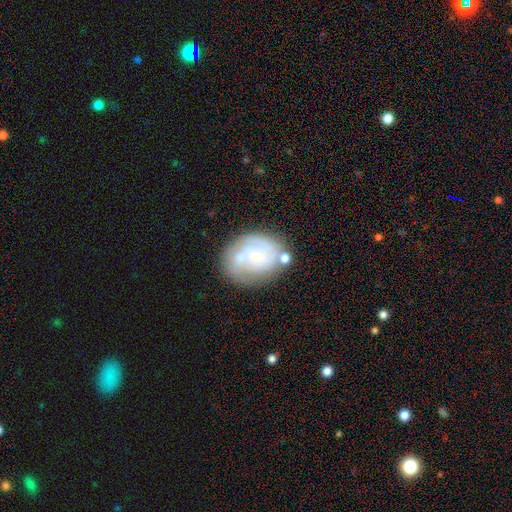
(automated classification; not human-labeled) featured or disk 67%, smooth 26%, star or artifact 8%. Down the decision tree: edge-on disk — no (97%); bar — no (71%); spiral arms — yes (80%); spiral arm count — can't tell (38%); spiral winding — tight (53%); bulge size — small (73%); merging — none (60%).